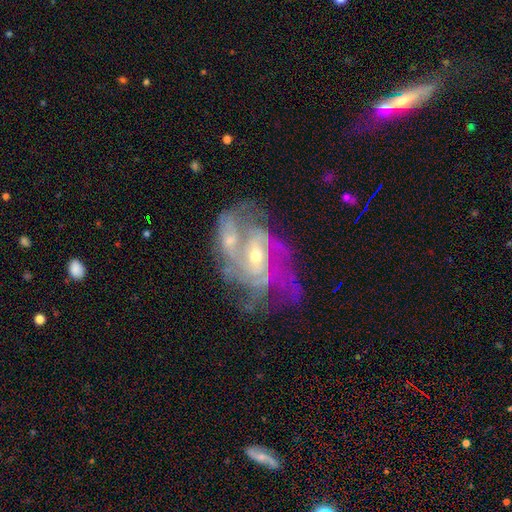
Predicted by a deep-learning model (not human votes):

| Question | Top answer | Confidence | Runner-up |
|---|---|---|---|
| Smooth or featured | featured or disk | 85% | star or artifact (8%) |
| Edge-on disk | no | 96% | yes (4%) |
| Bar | no | 49% | weak (37%) |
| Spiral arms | yes | 92% | no (8%) |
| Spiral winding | tight | 44% | medium (42%) |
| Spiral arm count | can't tell | 31% | 2 (24%) |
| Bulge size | small | 60% | moderate (36%) |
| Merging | none | 44% | merger (25%) |